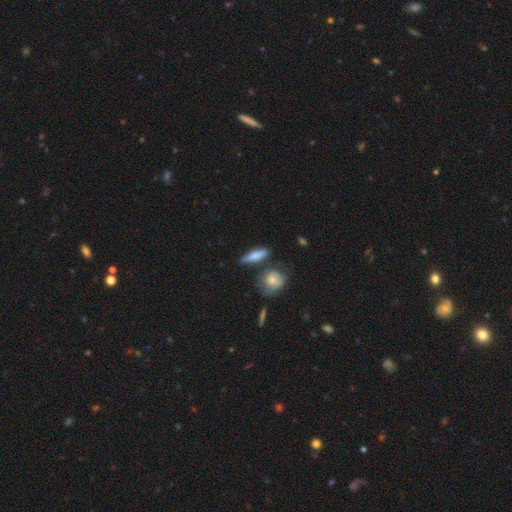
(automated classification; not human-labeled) smooth 67%, featured or disk 26%, star or artifact 7%. Down the decision tree: how rounded — cigar-shaped (58%); merging — none (69%).